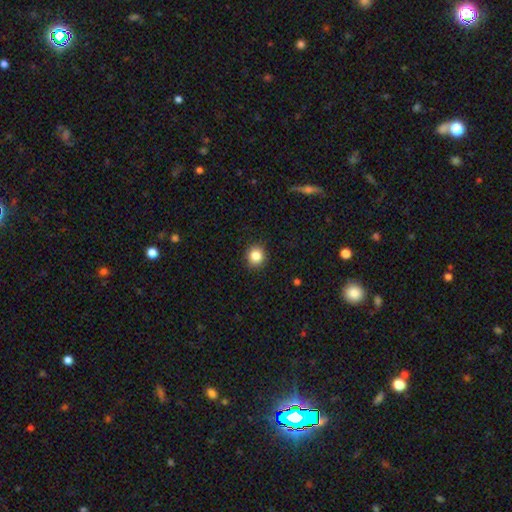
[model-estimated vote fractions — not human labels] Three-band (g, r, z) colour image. It shows a smooth galaxy with no disk features (84%) that is round (88%). Merging: none (91%).